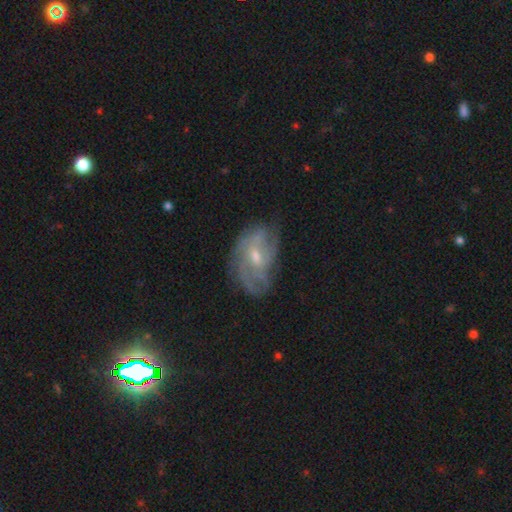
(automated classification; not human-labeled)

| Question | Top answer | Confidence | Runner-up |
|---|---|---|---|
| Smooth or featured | featured or disk | 73% | smooth (19%) |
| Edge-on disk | no | 96% | yes (4%) |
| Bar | weak | 46% | tied: no (46%) |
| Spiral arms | yes | 81% | no (19%) |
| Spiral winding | tight | 41% | medium (40%) |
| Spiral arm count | can't tell | 44% | 3 (19%) |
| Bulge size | small | 48% | moderate (46%) |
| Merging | none | 59% | minor disturbance (26%) |